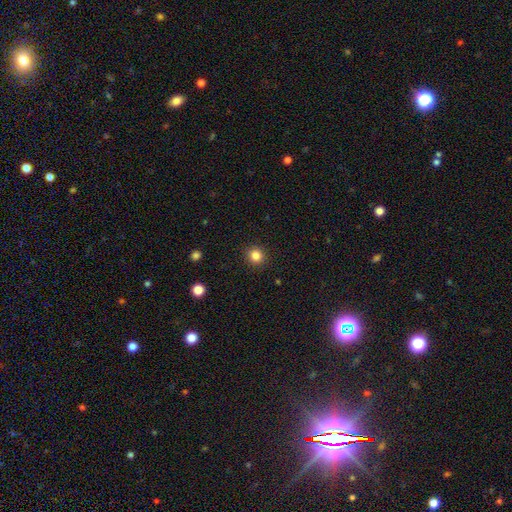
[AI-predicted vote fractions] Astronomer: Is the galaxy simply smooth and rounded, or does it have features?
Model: smooth — 84%.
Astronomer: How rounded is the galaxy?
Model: round — 91%.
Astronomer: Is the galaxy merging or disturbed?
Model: none — 92%.